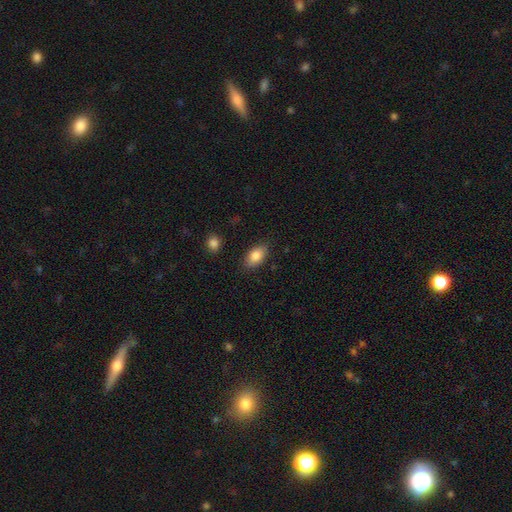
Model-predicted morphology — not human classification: Smooth or featured: smooth — 84% (featured or disk — 8%)
How rounded: in between — 91% (round — 6%)
Merging: none — 83% (minor disturbance — 12%)